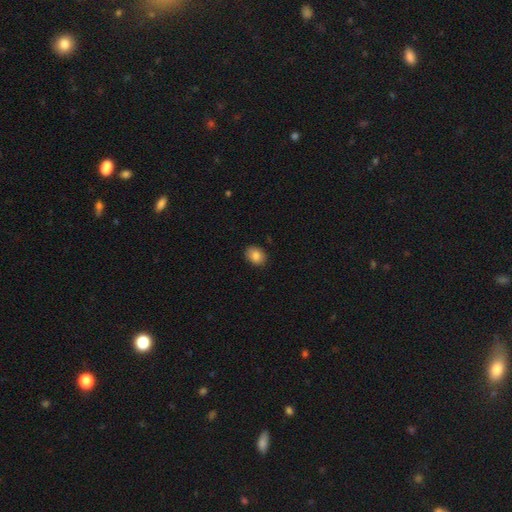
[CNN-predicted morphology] This is clearly a smooth galaxy (84%). How rounded: likely in between (60%). Merging: clearly none (88%).